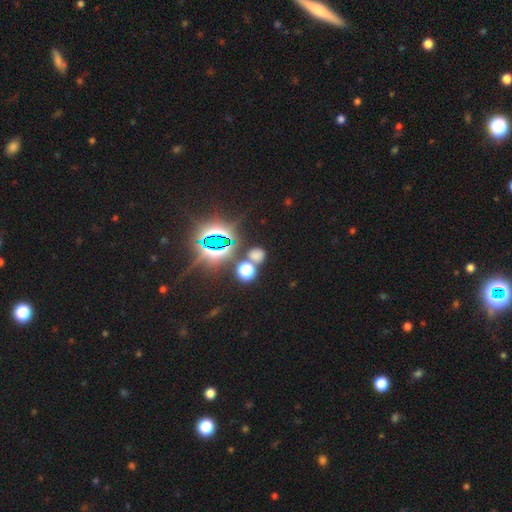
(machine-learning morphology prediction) A smooth galaxy with no disk features (50%) that is round (70%). Merging: none (71%).